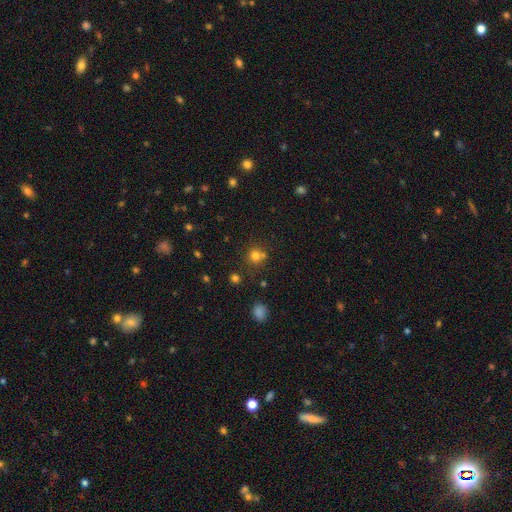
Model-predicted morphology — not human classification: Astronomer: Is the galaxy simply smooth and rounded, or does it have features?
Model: smooth — 76%.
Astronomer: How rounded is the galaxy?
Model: round — 89%.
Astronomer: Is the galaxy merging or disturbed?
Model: none — 66%.